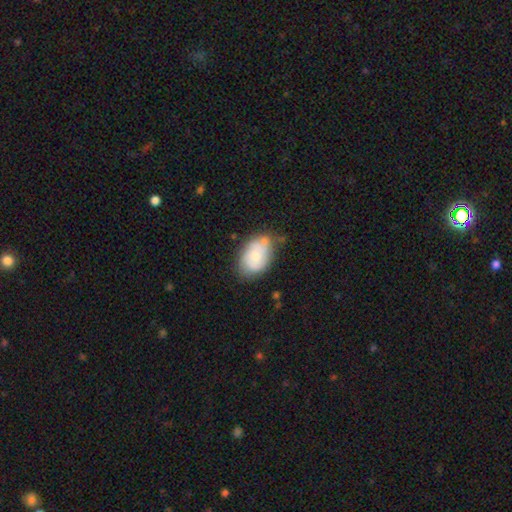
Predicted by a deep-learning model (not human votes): A smooth galaxy with no disk features (50%). Merging: none (53%).